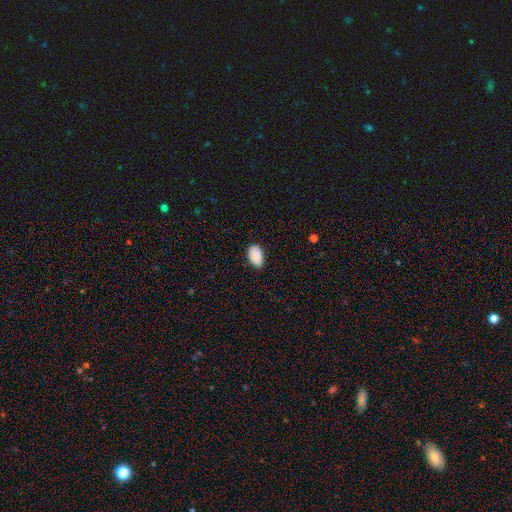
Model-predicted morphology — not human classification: Overall: smooth (89%). How rounded: in between (93%). Merging: none (82%).